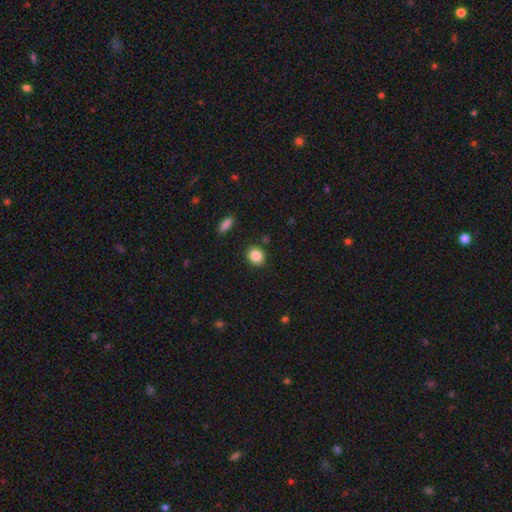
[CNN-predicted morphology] A smooth galaxy with no disk features (87%) that is round (71%).

Vote fractions:
- Smooth or featured? smooth: 87% / star or artifact: 9% / featured or disk: 4%
- How rounded? round: 71% / in between: 28% / cigar-shaped: 1%
- Merging? none: 88% / minor disturbance: 7% / merger: 2% / major disturbance: 2%